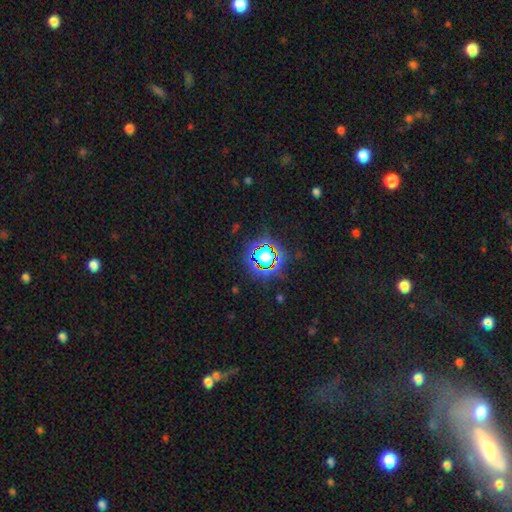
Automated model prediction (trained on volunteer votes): Morphology: type=star or artifact (74%).